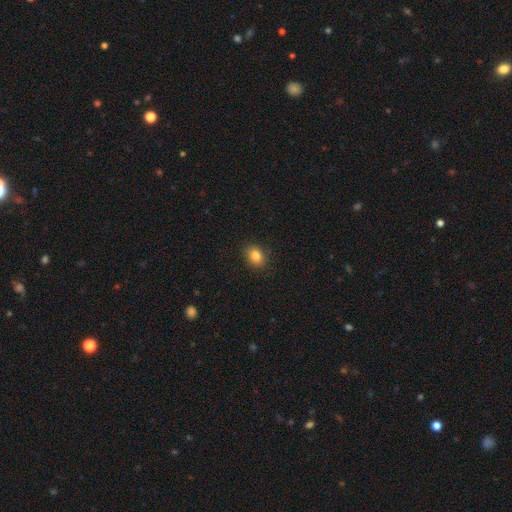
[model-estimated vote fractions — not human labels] This is clearly a smooth galaxy (84%). How rounded: likely in between (60%). Merging: clearly none (88%).